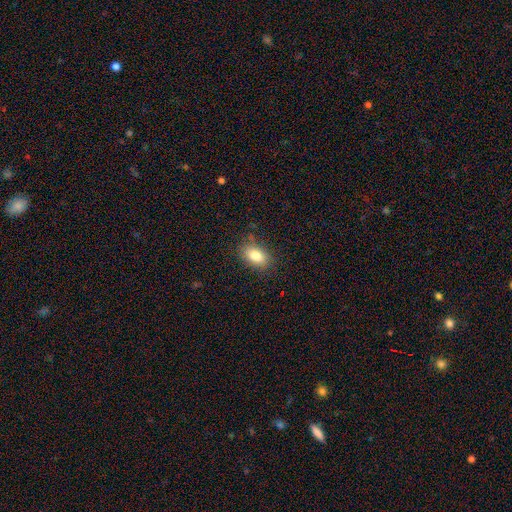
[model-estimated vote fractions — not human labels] smooth-or-featured: smooth: 83% | star or artifact: 9% | featured or disk: 8%
  how-rounded: in between: 88% | round: 10% | cigar-shaped: 2%
  merging: none: 84% | minor disturbance: 12% | major disturbance: 3% | merger: 1%